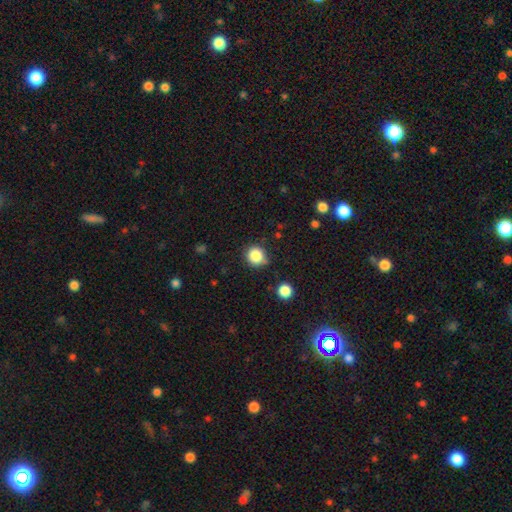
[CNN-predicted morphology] smooth-or-featured: smooth: 84% | star or artifact: 11% | featured or disk: 4%
  how-rounded: round: 90% | in between: 9% | cigar-shaped: 1%
  merging: none: 77% | minor disturbance: 14% | merger: 5% | major disturbance: 4%